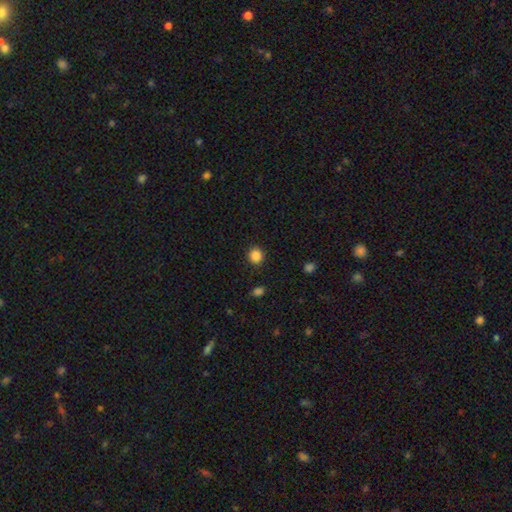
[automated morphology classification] smooth-or-featured: smooth: 87% | star or artifact: 10% | featured or disk: 3%
  how-rounded: round: 83% | in between: 16% | cigar-shaped: 1%
  merging: none: 89% | minor disturbance: 8% | major disturbance: 2% | merger: 1%